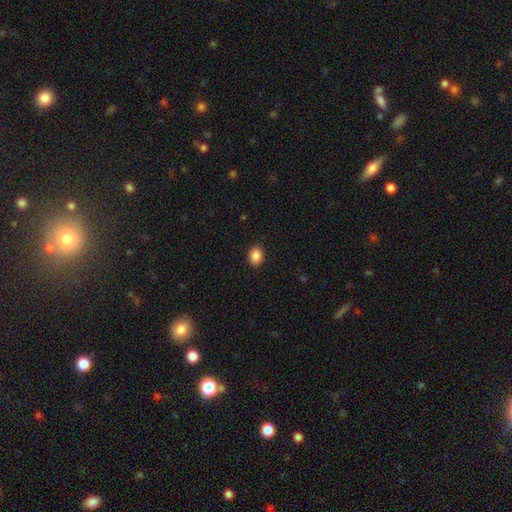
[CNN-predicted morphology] Q: Smooth or featured?
A: smooth (88%); runner-up: star or artifact (9%)
Q: How rounded?
A: in between (52%); runner-up: round (47%)
Q: Merging?
A: none (89%); runner-up: minor disturbance (8%)